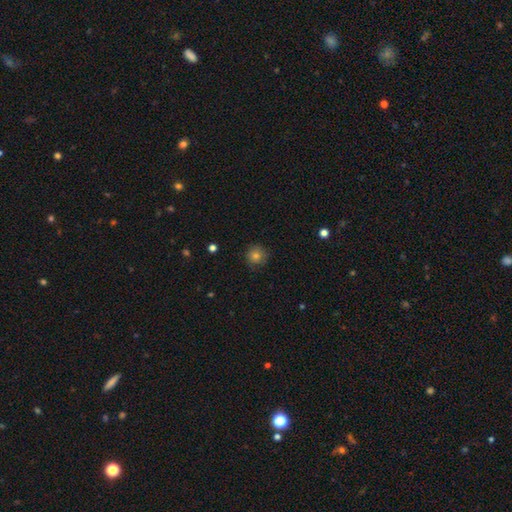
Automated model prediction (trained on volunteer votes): A smooth galaxy with no disk features (78%) that is round (94%).

Vote fractions:
- Smooth or featured? smooth: 78% / star or artifact: 13% / featured or disk: 9%
- How rounded? round: 94% / in between: 5% / cigar-shaped: 1%
- Merging? none: 85% / minor disturbance: 12% / major disturbance: 3% / merger: 1%